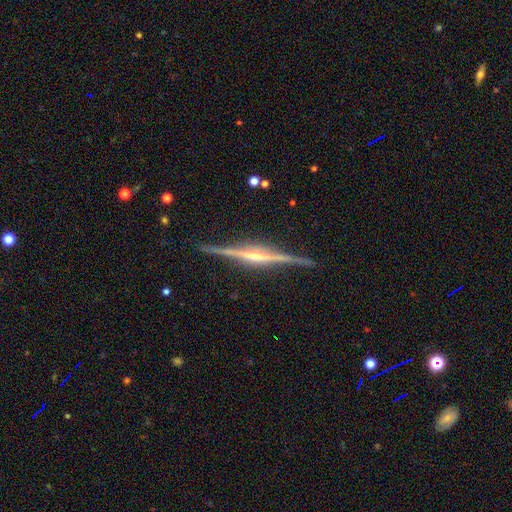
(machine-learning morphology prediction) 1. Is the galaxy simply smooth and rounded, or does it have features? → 87% featured or disk, 8% smooth, 5% star or artifact.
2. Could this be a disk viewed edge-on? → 98% yes, 2% no.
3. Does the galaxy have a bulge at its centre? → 53% rounded, 24% none, 24% boxy.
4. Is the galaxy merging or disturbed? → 87% none, 9% minor disturbance, 2% major disturbance, 1% merger.